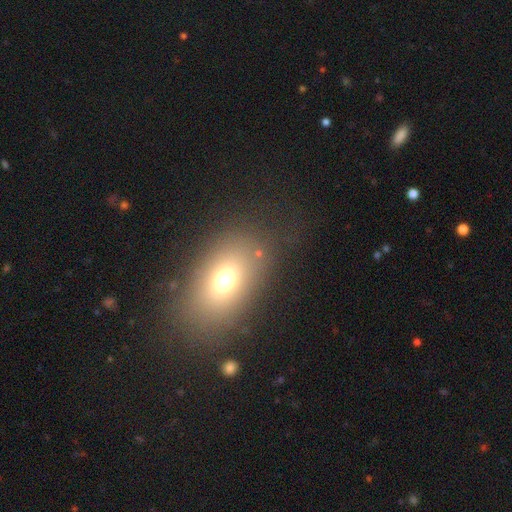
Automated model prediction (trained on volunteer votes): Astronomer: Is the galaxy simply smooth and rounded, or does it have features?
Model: smooth — 68%.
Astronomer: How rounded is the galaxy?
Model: in between — 74%.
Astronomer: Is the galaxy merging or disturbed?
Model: none — 76%.